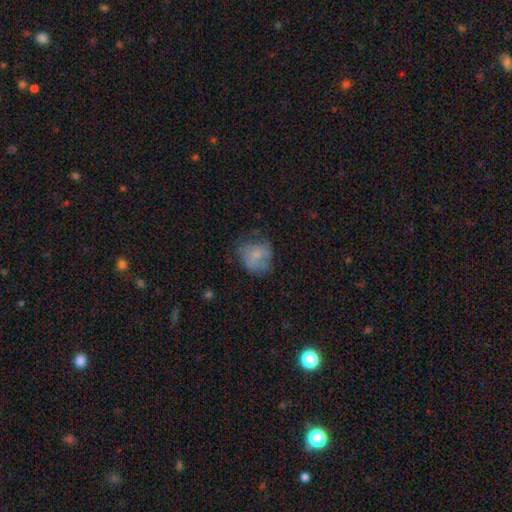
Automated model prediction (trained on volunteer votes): A smooth galaxy with no disk features (63%) that is round (67%). Merging: none (53%).